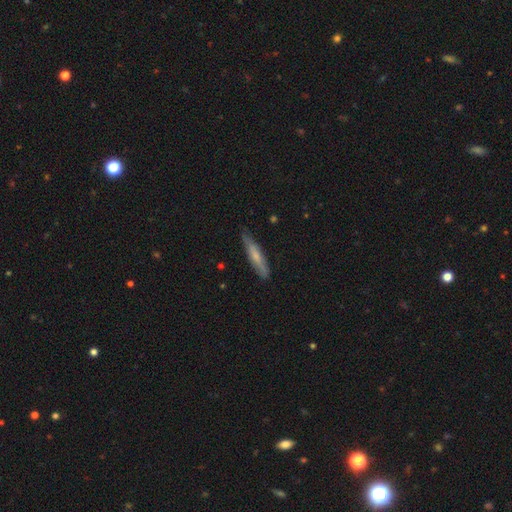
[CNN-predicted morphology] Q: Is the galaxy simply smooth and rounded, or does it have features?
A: smooth — 58%.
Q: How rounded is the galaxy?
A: cigar-shaped — 89%.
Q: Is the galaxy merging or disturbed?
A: none — 81%.